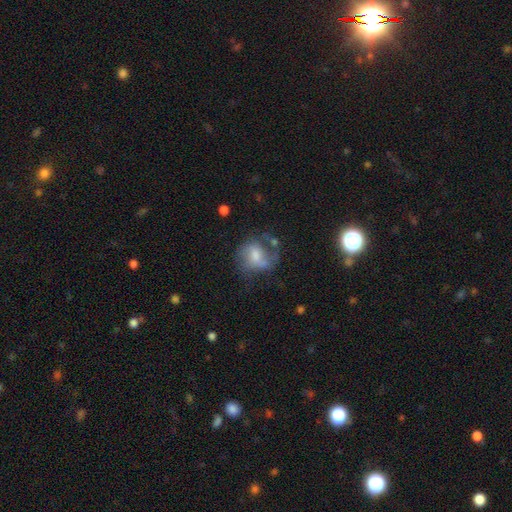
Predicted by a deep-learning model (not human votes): A featured or disk galaxy (47%). Merging: none (40%).